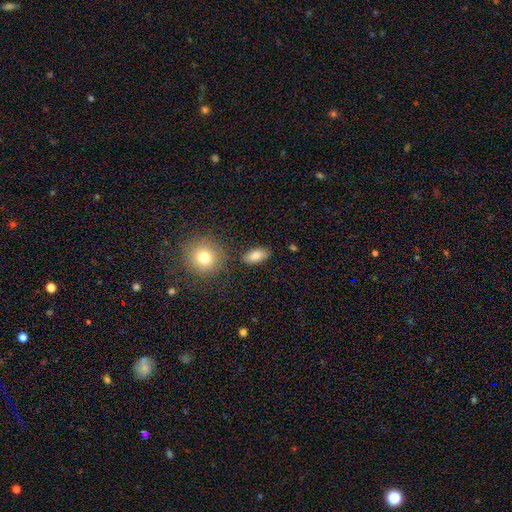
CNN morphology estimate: The model was most divided on "merging": none: 84%, minor disturbance: 10%, merger: 4%, major disturbance: 3%. More confident: how rounded — in between (90%); smooth or featured — smooth (83%).